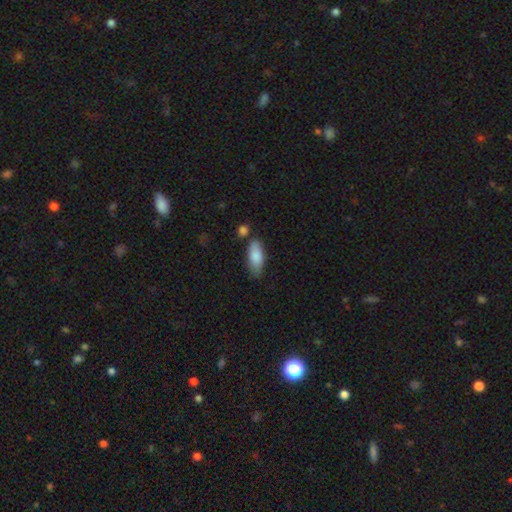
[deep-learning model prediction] Overall: smooth (85%). How rounded: in between (83%). Merging: none (66%).